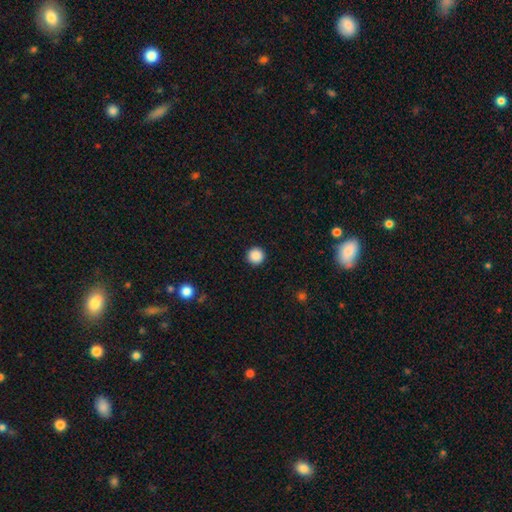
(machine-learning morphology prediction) This appears to be a smooth galaxy with no disk features (88%) that is round (96%). Merging: none (93%).